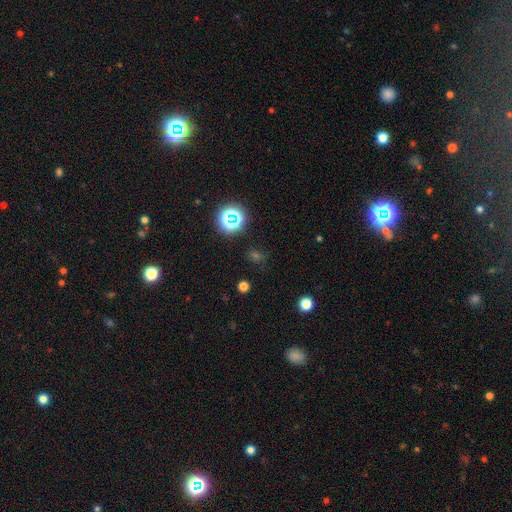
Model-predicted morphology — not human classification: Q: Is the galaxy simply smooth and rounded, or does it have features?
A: star or artifact — 54%.